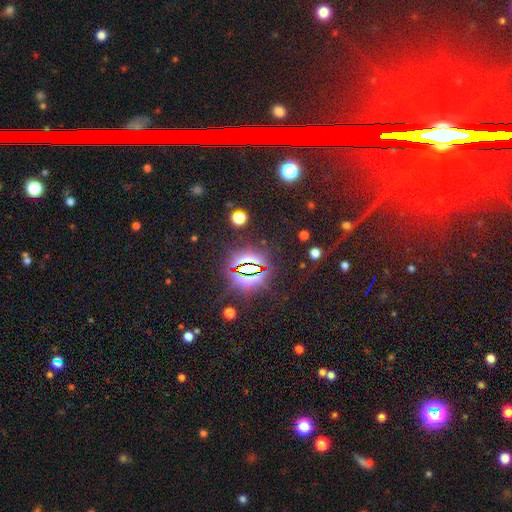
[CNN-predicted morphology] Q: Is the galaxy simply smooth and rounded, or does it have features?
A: star or artifact — 81%.